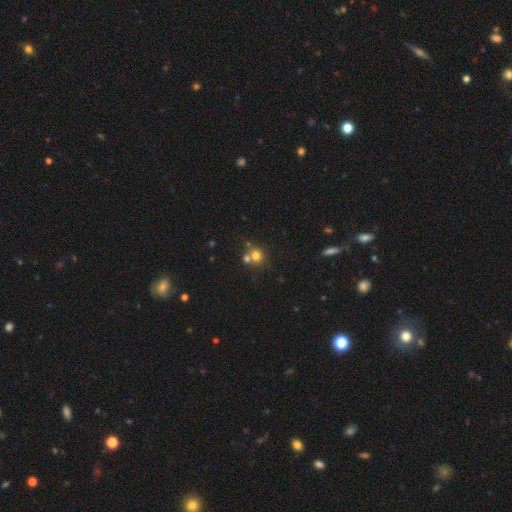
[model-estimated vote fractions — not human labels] Morphology: type=smooth (73%); roundness=round (82%); merging=none (53%).